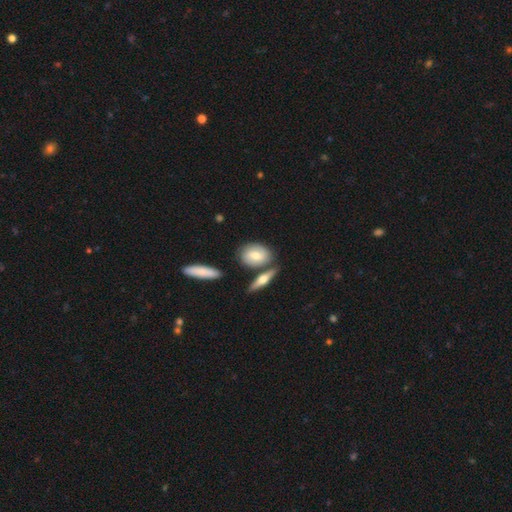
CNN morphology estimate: Smooth or featured? Predicted: smooth (p=0.64). How rounded? Predicted: in between (p=0.61). Merging? Predicted: none (p=0.67).